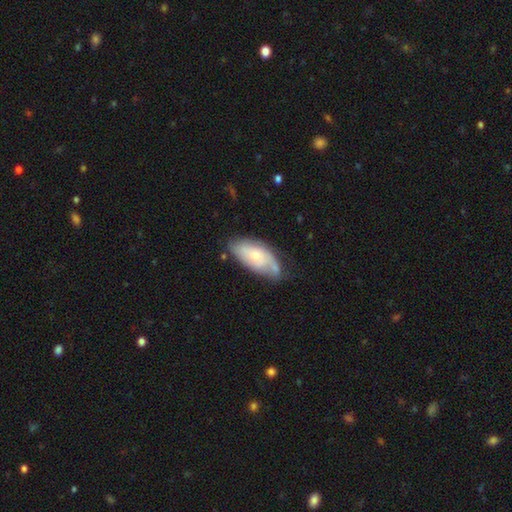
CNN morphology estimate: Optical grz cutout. It shows a featured or disk galaxy (54%). Merging: none (57%).